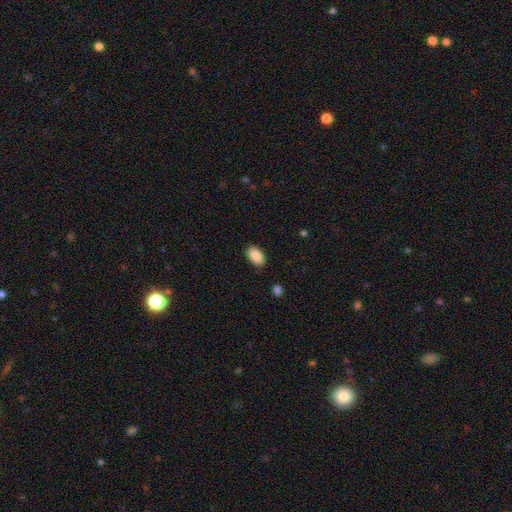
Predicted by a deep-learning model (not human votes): Q: Smooth or featured?
A: smooth (90%); runner-up: star or artifact (7%)
Q: How rounded?
A: in between (93%); runner-up: round (5%)
Q: Merging?
A: none (87%); runner-up: minor disturbance (10%)